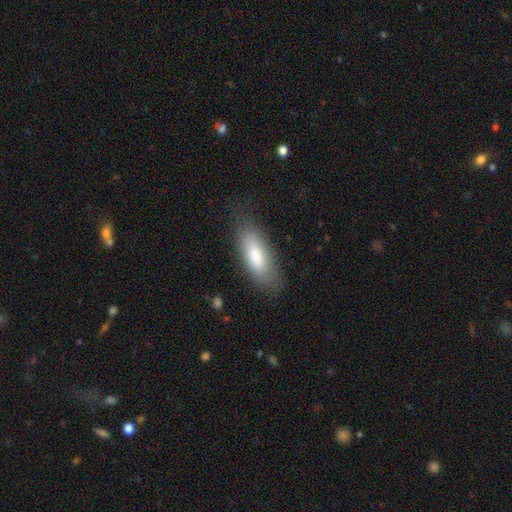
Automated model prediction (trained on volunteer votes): smooth 80%, featured or disk 14%, star or artifact 6%. Down the decision tree: how rounded — in between (76%); merging — none (75%).